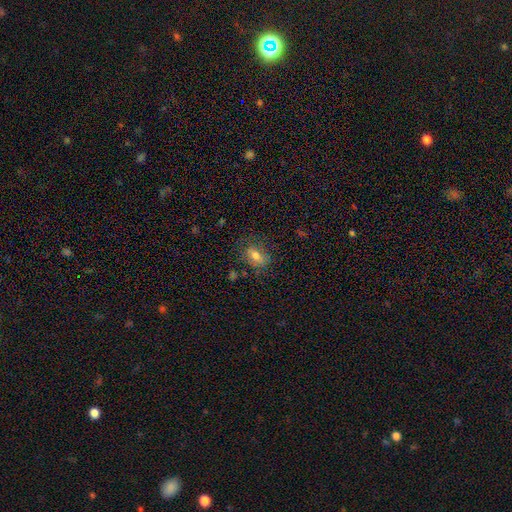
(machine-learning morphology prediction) Smooth or featured? smooth (69%)
How rounded? in between (77%)
Merging? none (71%)